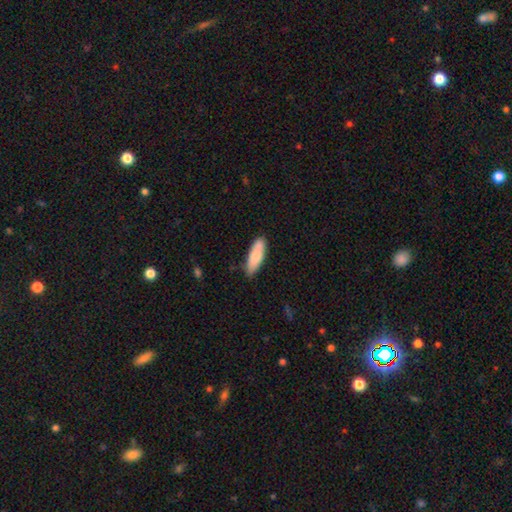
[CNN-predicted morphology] smooth 79%, featured or disk 15%, star or artifact 6%. Down the decision tree: how rounded — in between (57%); merging — none (79%).